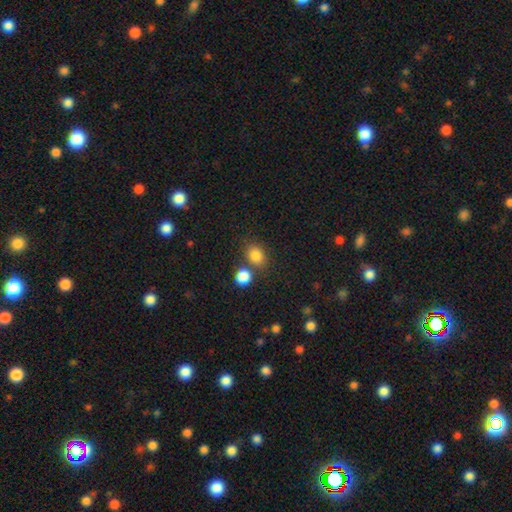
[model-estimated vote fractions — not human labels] Smooth or featured?
  - smooth: 83% *
  - star or artifact: 11%
  - featured or disk: 6%
How rounded?
  - round: 51% *
  - in between: 48%
  - cigar-shaped: 1%
Merging?
  - none: 66% *
  - merger: 18%
  - minor disturbance: 12%
  - major disturbance: 4%